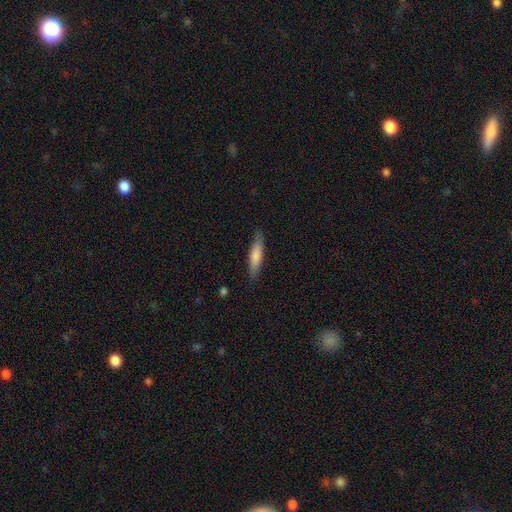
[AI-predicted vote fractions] Smooth or featured: smooth — 75% (featured or disk — 19%)
How rounded: cigar-shaped — 79% (in between — 19%)
Merging: none — 85% (minor disturbance — 12%)